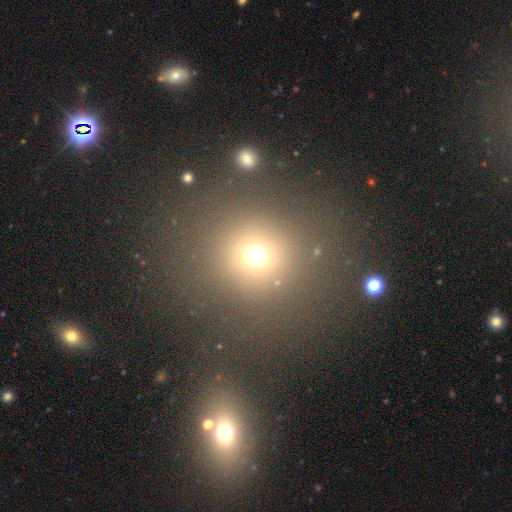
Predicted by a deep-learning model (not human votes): Smooth or featured? smooth (67%)
How rounded? round (87%)
Merging? none (77%)